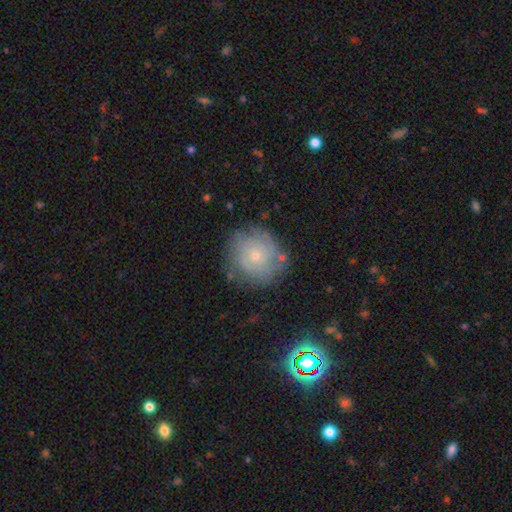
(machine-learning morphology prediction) Smooth or featured? featured or disk (52%)
Edge-on disk? no (97%)
Bar? no (84%)
Spiral arms? yes (75%)
Bulge size? small (71%)
Merging? none (74%)